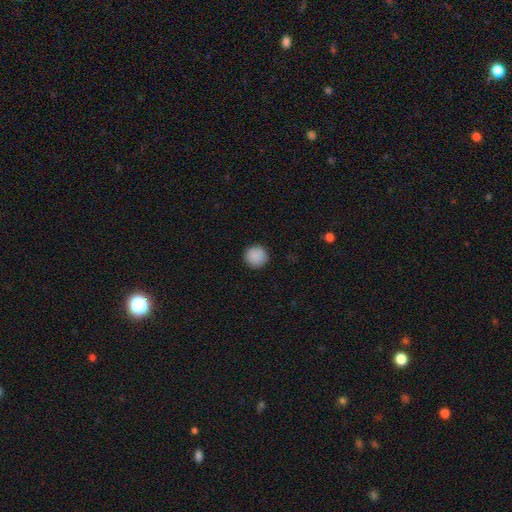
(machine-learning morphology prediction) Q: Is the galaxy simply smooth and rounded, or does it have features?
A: smooth — 89%.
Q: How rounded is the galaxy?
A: round — 95%.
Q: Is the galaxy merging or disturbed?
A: none — 91%.